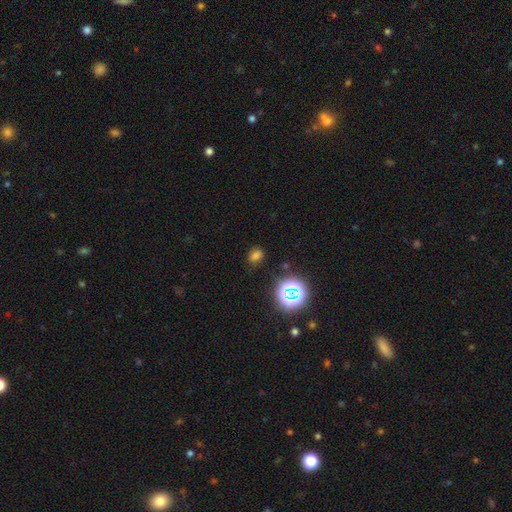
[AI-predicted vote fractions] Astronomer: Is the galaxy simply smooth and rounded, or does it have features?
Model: smooth — 65%.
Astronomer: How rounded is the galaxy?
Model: in between — 61% (runner-up: round, 37%).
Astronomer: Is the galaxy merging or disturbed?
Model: none — 79%.